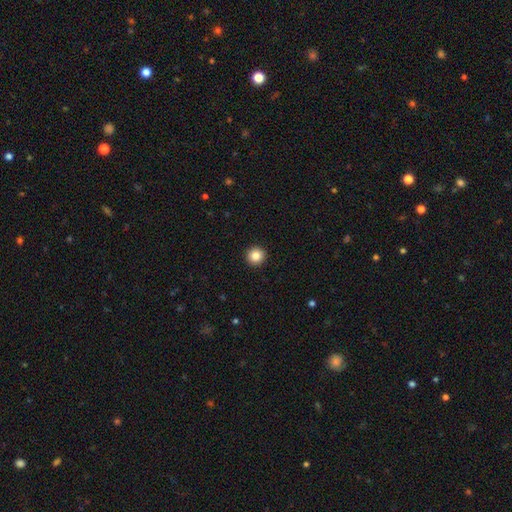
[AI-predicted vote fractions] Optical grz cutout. It shows a smooth galaxy with no disk features (85%) that is round (96%). Merging: none (94%).